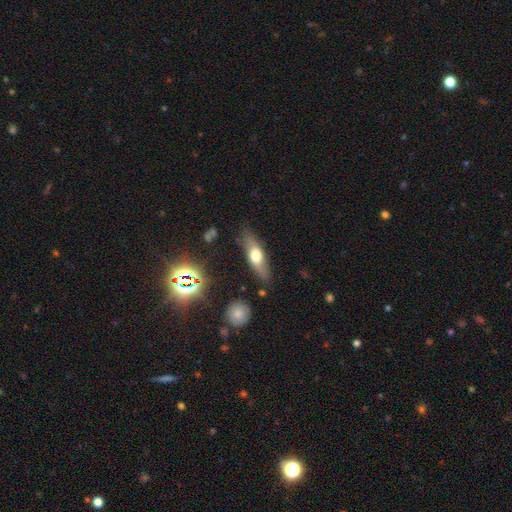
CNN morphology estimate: The model was most divided on "how rounded": cigar-shaped: 51%, in between: 45%, round: 3%. More confident: merging — none (81%); smooth or featured — smooth (51%).